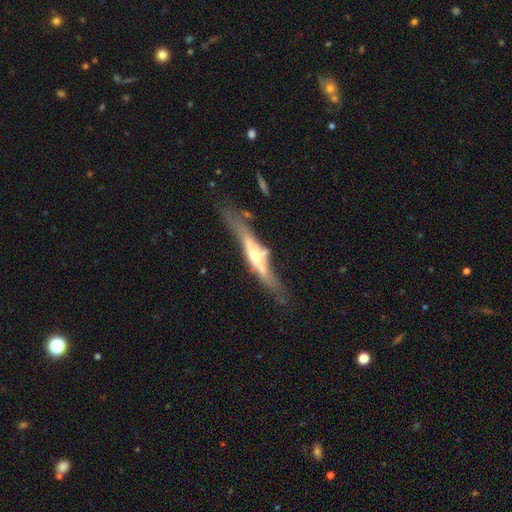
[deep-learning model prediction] Smooth or featured? Predicted: featured or disk (p=0.73). Edge-on disk? Predicted: yes (p=0.85). Edge-on bulge? Predicted: rounded (p=0.86). Merging? Predicted: none (p=0.57).